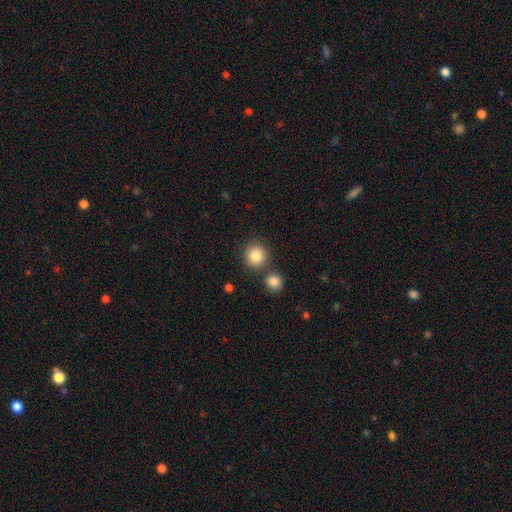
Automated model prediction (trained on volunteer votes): smooth 86%, star or artifact 9%, featured or disk 5%. Down the decision tree: how rounded — round (91%); merging — none (76%).